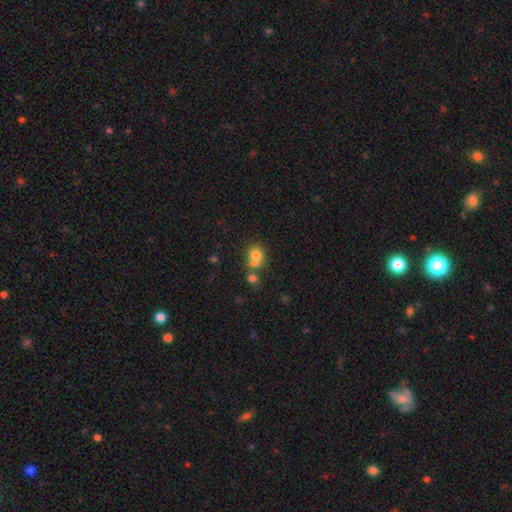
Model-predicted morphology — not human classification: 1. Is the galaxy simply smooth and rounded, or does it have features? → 74% smooth, 14% featured or disk, 12% star or artifact.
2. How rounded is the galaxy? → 73% round, 26% in between, 1% cigar-shaped.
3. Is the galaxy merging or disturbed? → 51% merger, 36% none, 9% minor disturbance, 4% major disturbance.